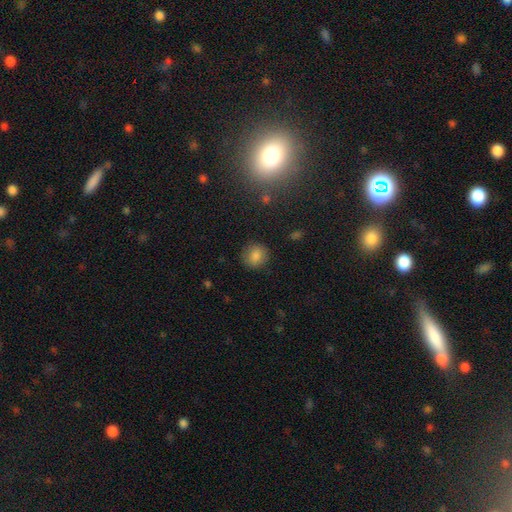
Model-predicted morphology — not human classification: The model was most divided on "how rounded": round: 81%, in between: 18%, cigar-shaped: 1%. More confident: merging — none (86%); smooth or featured — smooth (83%).